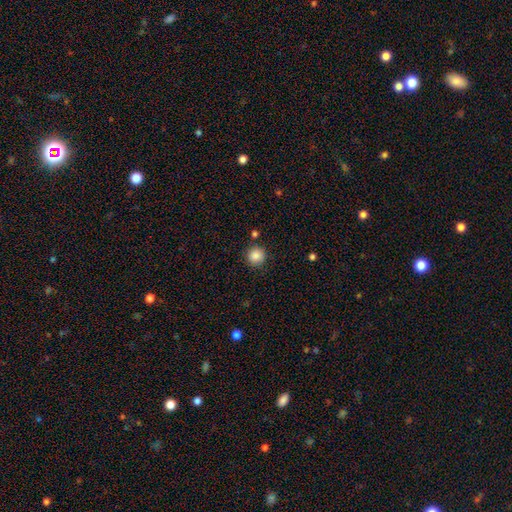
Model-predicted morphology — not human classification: Smooth or featured?
  - smooth: 87% *
  - star or artifact: 10%
  - featured or disk: 4%
How rounded?
  - round: 94% *
  - in between: 5%
  - cigar-shaped: 1%
Merging?
  - none: 88% *
  - minor disturbance: 7%
  - merger: 3%
  - major disturbance: 2%